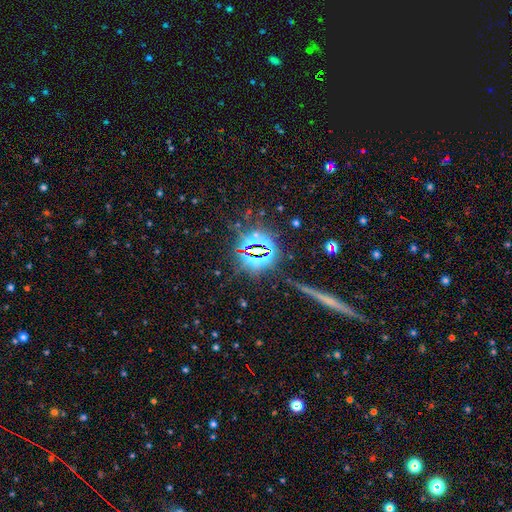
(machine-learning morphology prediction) star or artifact 81%, smooth 10%, featured or disk 9%.